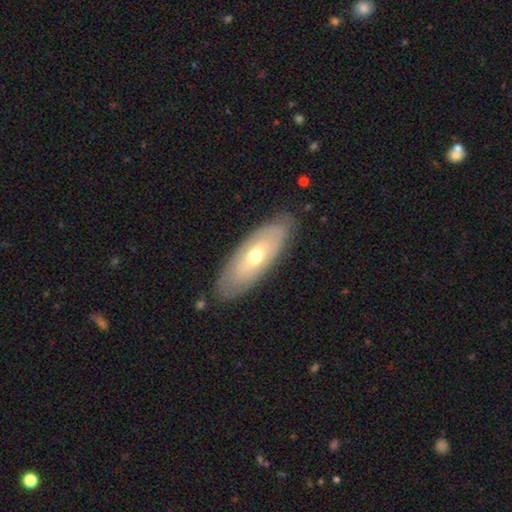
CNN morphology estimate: type=featured or disk (48%); merging=none (82%).